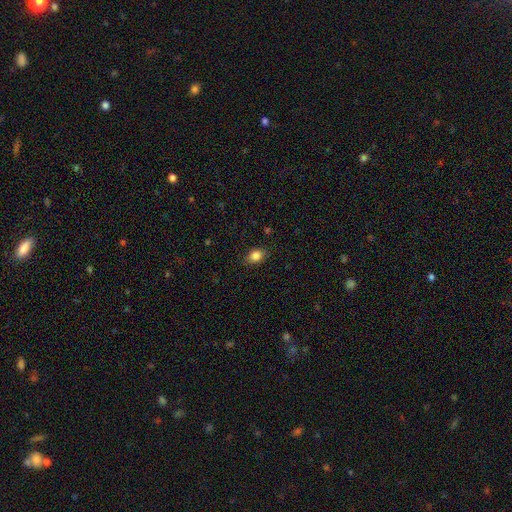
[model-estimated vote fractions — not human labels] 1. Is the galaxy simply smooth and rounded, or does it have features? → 85% smooth, 10% star or artifact, 5% featured or disk.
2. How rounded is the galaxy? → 66% in between, 32% round, 2% cigar-shaped.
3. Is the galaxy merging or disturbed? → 84% none, 12% minor disturbance, 3% major disturbance, 1% merger.